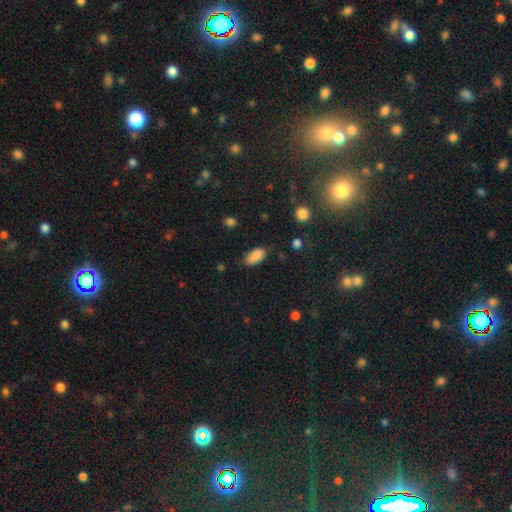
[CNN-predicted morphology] The model was most divided on "merging": none: 77%, minor disturbance: 17%, major disturbance: 4%, merger: 2%. More confident: how rounded — in between (90%); smooth or featured — smooth (88%).